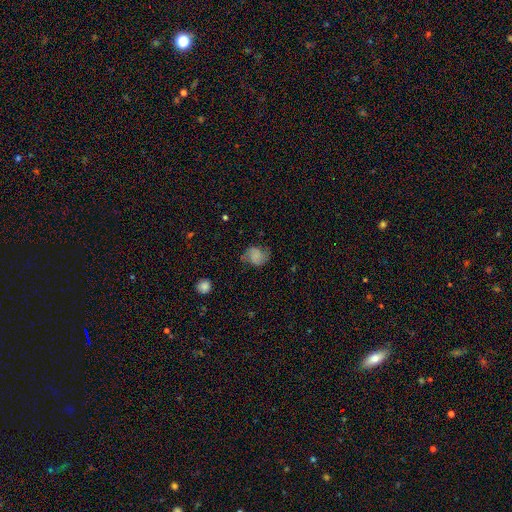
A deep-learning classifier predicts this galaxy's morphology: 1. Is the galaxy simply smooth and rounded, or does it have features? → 45% featured or disk, 44% smooth, 10% star or artifact.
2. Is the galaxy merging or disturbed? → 64% none, 24% minor disturbance, 10% major disturbance, 2% merger.